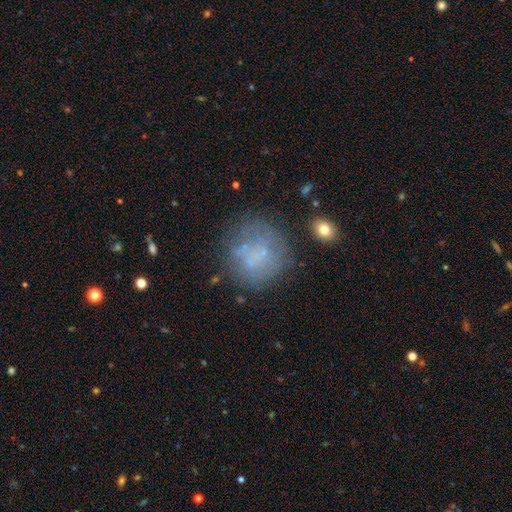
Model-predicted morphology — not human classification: Smooth or featured?
  - smooth: 51% *
  - featured or disk: 35%
  - star or artifact: 15%
How rounded?
  - round: 88% *
  - in between: 11%
  - cigar-shaped: 1%
Merging?
  - none: 61% *
  - minor disturbance: 19%
  - major disturbance: 13%
  - merger: 8%